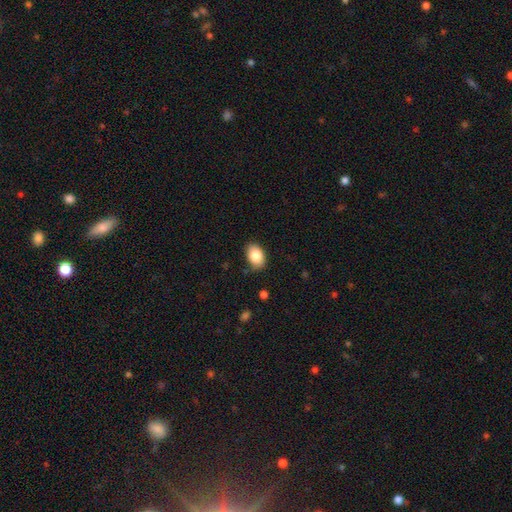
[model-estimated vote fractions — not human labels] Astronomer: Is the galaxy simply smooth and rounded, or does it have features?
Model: smooth — 85%.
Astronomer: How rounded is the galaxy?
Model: in between — 82%.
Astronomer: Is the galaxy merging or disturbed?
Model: none — 80%.